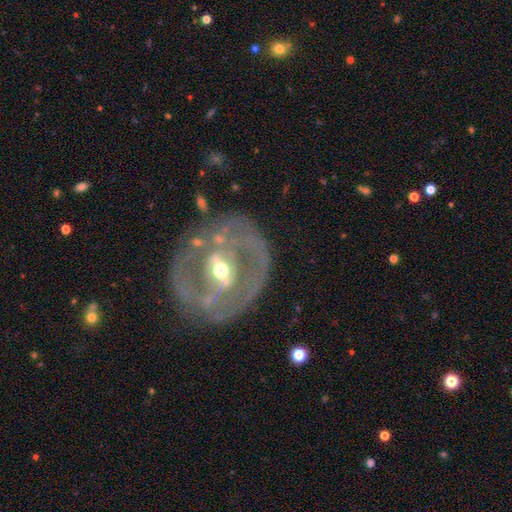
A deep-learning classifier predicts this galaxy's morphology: smooth-or-featured: featured or disk: 82% | smooth: 12% | star or artifact: 6%
  disk-edge-on: no: 94% | yes: 6%
    bar: strong: 43% | weak: 36% | no: 21%
    has-spiral-arms: yes: 59% | no: 41%
    bulge-size: moderate: 60% | small: 34% | large: 4% | none: 1% | dominant: 1%
  merging: none: 72% | minor disturbance: 16% | major disturbance: 9% | merger: 3%